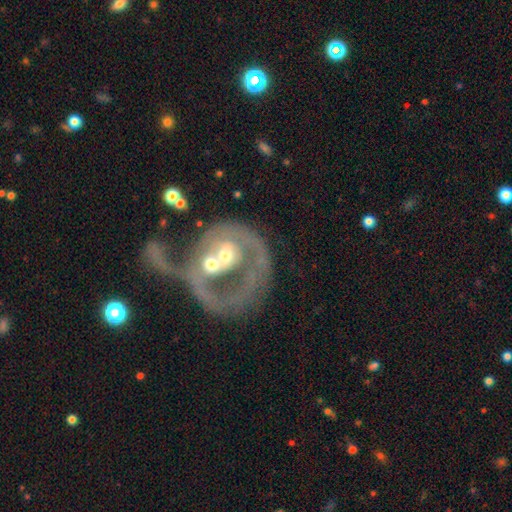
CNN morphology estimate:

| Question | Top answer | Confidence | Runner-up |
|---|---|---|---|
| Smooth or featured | featured or disk | 77% | smooth (15%) |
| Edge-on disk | no | 96% | yes (4%) |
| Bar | no | 63% | weak (25%) |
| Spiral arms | yes | 54% | no (46%) |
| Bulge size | moderate | 59% | small (29%) |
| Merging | merger | 36% | none (27%) |